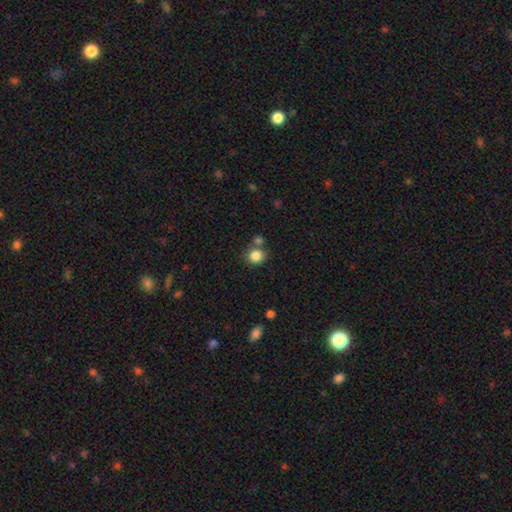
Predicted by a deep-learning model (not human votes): A smooth galaxy with no disk features (84%) that is round (83%). Merging: none (67%).